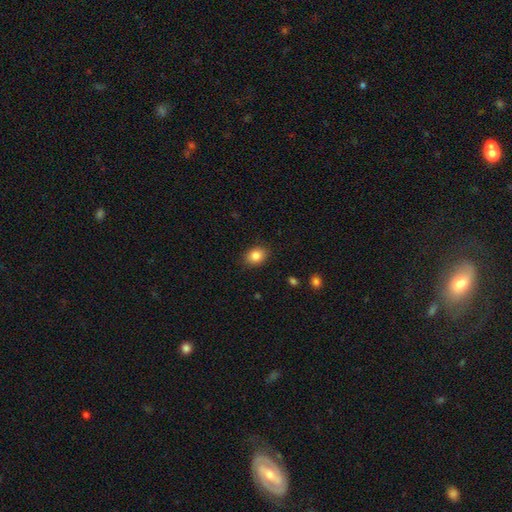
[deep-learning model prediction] smooth_or_featured: smooth (p=0.85) [alt: star or artifact p=0.09]
how_rounded: in between (p=0.64) [alt: round p=0.36]
merging: none (p=0.87) [alt: minor disturbance p=0.09]